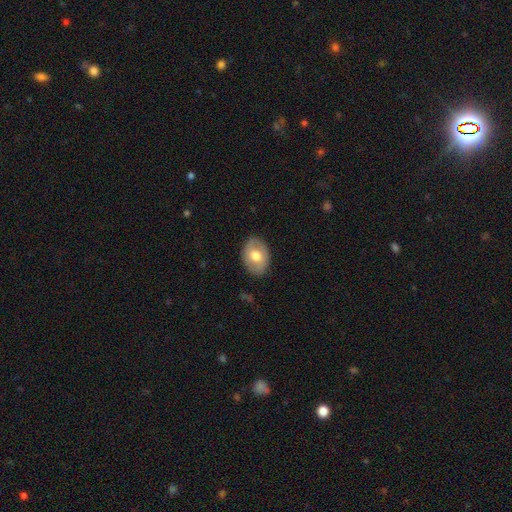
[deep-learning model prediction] Smooth or featured? smooth (63%)
How rounded? in between (76%)
Merging? none (85%)